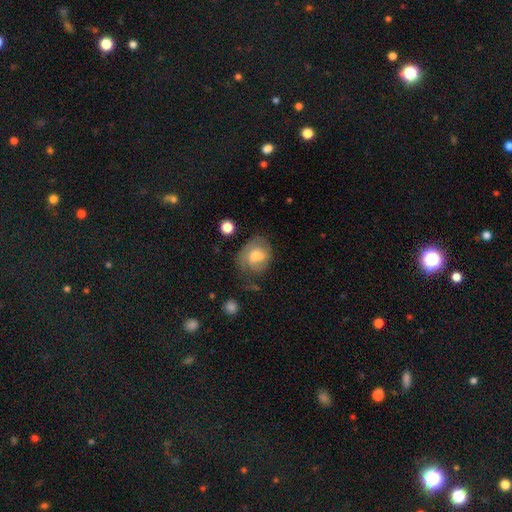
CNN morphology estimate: type=smooth (53%); roundness=round (54%); merging=none (45%).